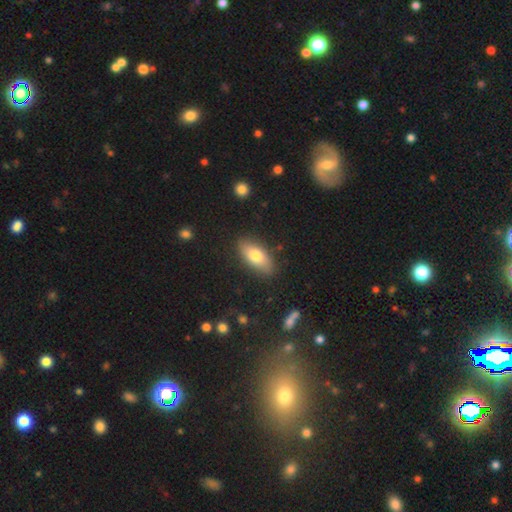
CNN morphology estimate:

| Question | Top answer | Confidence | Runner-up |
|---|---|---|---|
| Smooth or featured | smooth | 74% | featured or disk (19%) |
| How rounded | in between | 85% | cigar-shaped (12%) |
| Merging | none | 85% | minor disturbance (11%) |